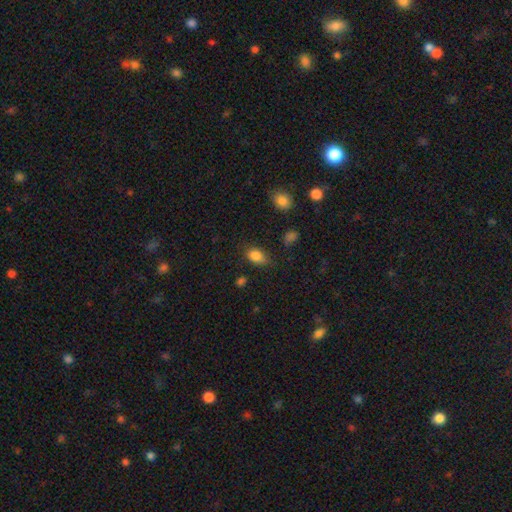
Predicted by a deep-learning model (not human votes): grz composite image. It shows a smooth galaxy with no disk features (84%) that is in between round and cigar-shaped (80%). Merging: none (68%).